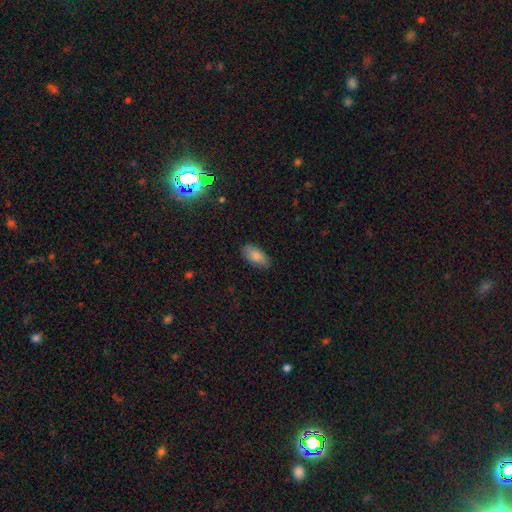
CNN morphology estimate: A smooth galaxy with no disk features (84%) that is in between round and cigar-shaped (90%). Merging: none (85%).